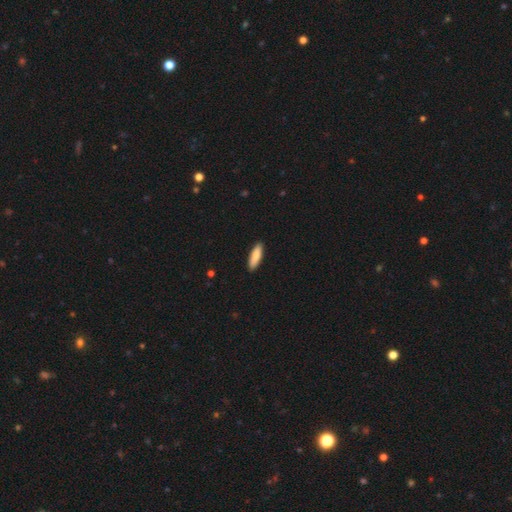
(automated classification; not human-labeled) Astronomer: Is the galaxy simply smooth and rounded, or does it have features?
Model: smooth — 84%.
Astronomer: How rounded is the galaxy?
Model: cigar-shaped — 53% (runner-up: in between, 45%).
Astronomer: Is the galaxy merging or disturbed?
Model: none — 90%.